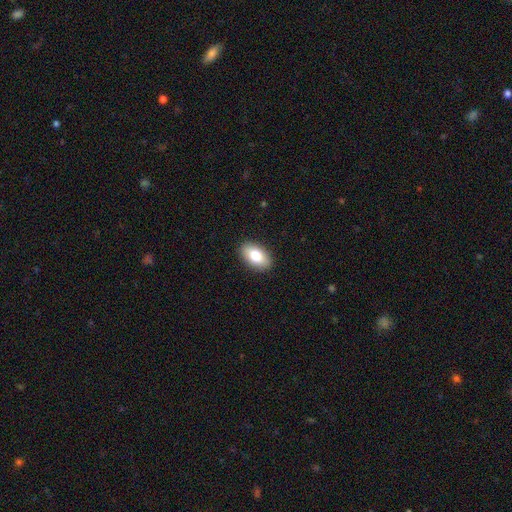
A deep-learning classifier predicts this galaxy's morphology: The model was most divided on "smooth or featured": smooth: 80%, featured or disk: 13%, star or artifact: 7%. More confident: how rounded — in between (92%); merging — none (89%).